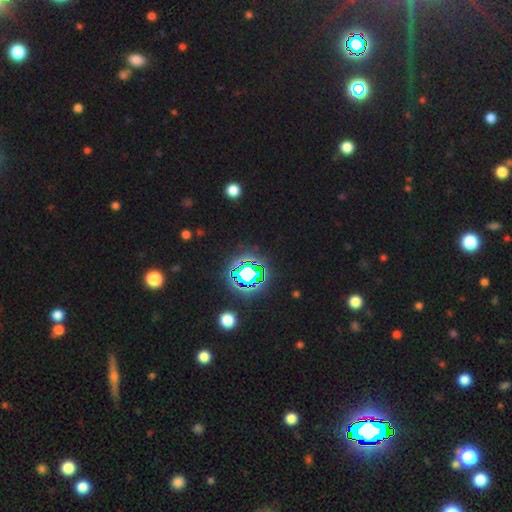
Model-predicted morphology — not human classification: Overall: star or artifact (79%).